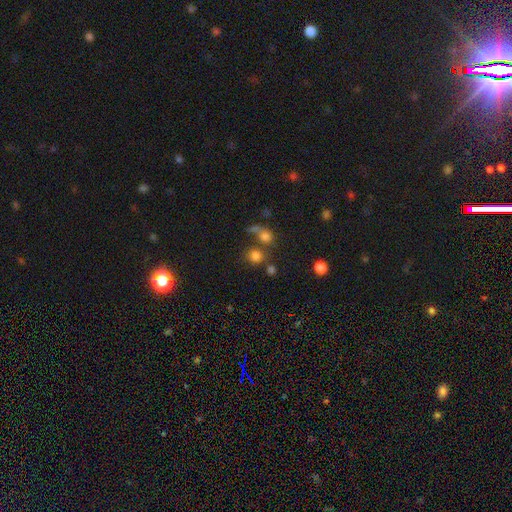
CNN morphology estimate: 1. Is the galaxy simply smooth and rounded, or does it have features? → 77% smooth, 15% star or artifact, 8% featured or disk.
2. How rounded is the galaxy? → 86% round, 13% in between, 1% cigar-shaped.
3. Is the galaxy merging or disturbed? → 60% none, 24% merger, 9% minor disturbance, 6% major disturbance.